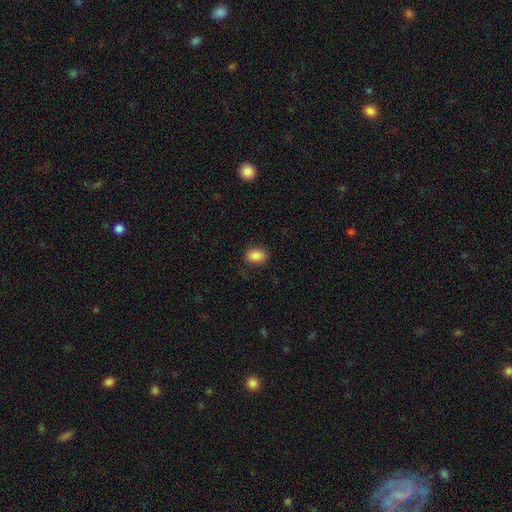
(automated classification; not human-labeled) smooth 87%, star or artifact 9%, featured or disk 4%. Down the decision tree: how rounded — in between (79%); merging — none (82%).